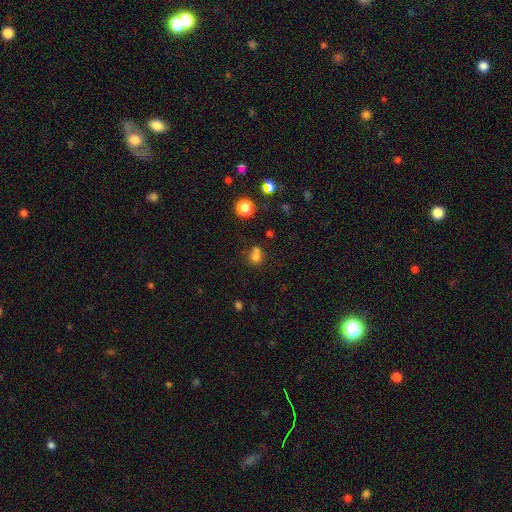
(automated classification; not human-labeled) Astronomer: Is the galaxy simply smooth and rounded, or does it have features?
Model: smooth — 70%.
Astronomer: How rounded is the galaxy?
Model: round — 72%.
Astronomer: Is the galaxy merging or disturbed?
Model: merger — 41% (runner-up: none, 40%).